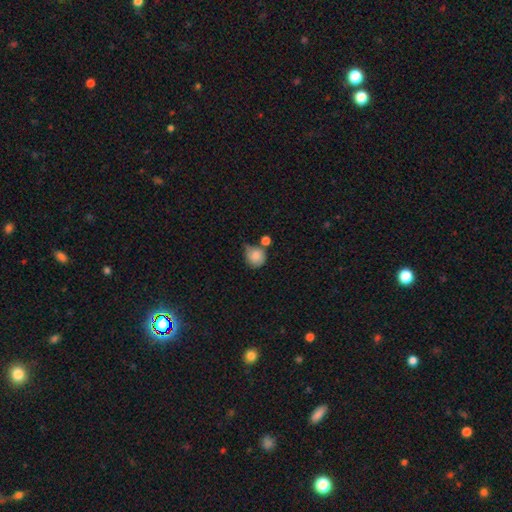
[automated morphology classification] Smooth or featured?
  - smooth: 78% *
  - featured or disk: 14%
  - star or artifact: 8%
How rounded?
  - round: 77% *
  - in between: 22%
  - cigar-shaped: 1%
Merging?
  - none: 36% *
  - minor disturbance: 33%
  - merger: 17%
  - major disturbance: 14%